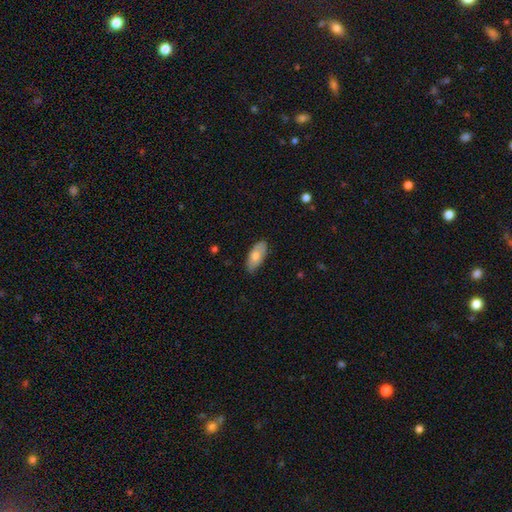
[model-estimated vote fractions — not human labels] The model was most divided on "smooth or featured": smooth: 69%, featured or disk: 25%, star or artifact: 6%. More confident: how rounded — in between (89%); merging — none (78%).